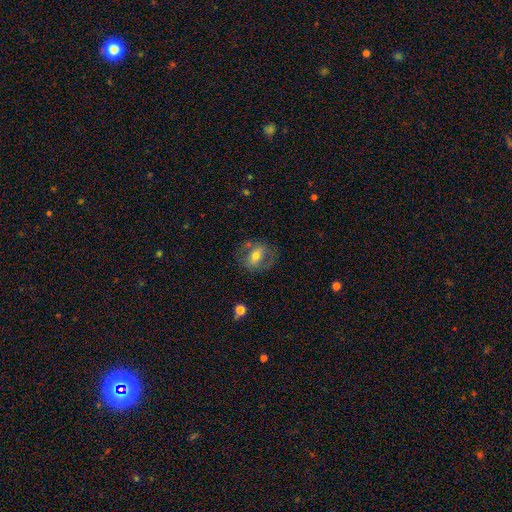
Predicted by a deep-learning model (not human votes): This appears to be a featured or disk galaxy (48%). Merging: none (70%).